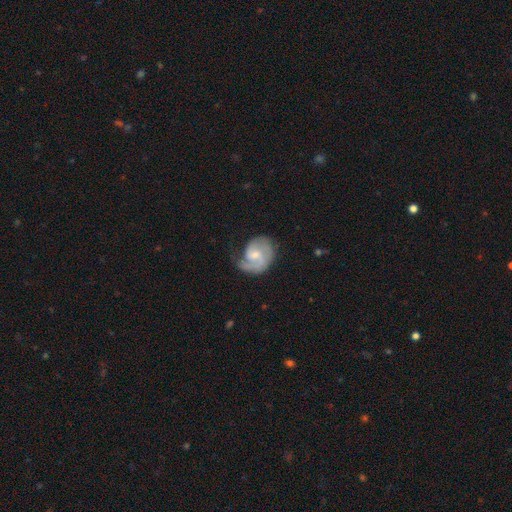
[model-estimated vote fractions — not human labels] A featured or disk galaxy (78%) with a weak bar (48%), 2 (50%) medium (44%) spiral arms (94%) and a small central bulge (46%).

Vote fractions:
- Smooth or featured? featured or disk: 78% / smooth: 16% / star or artifact: 5%
- Edge-on disk? no: 98% / yes: 2%
- Bar? weak: 48% / no: 45% / strong: 7%
- Spiral arms? yes: 94% / no: 6%
- Spiral winding? medium: 44% / tight: 35% / loose: 21%
- Spiral arm count? 2: 50% / 1: 33% / can't tell: 10% / 3: 4% / 4: 1% / more than 4: 1%
- Bulge size? small: 46% / moderate: 40% / none: 9% / large: 3% / dominant: 1%
- Merging? none: 53% / minor disturbance: 26% / major disturbance: 19% / merger: 2%